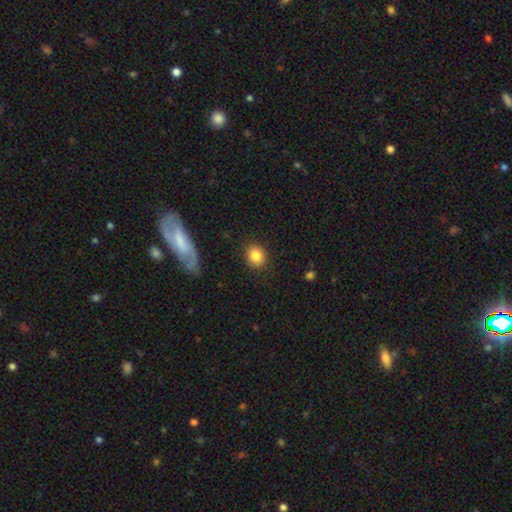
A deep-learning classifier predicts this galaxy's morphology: smooth-or-featured: smooth: 84% | star or artifact: 9% | featured or disk: 7%
  how-rounded: round: 79% | in between: 20% | cigar-shaped: 1%
  merging: none: 85% | minor disturbance: 10% | major disturbance: 3% | merger: 2%